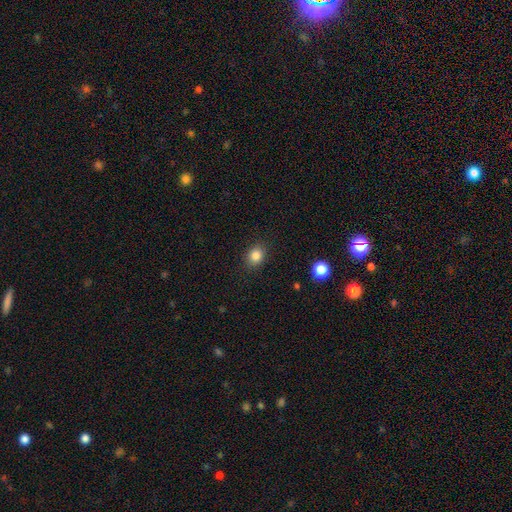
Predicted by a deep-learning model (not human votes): This is clearly a smooth galaxy (84%). How rounded: possibly round (55%). Merging: clearly none (88%).